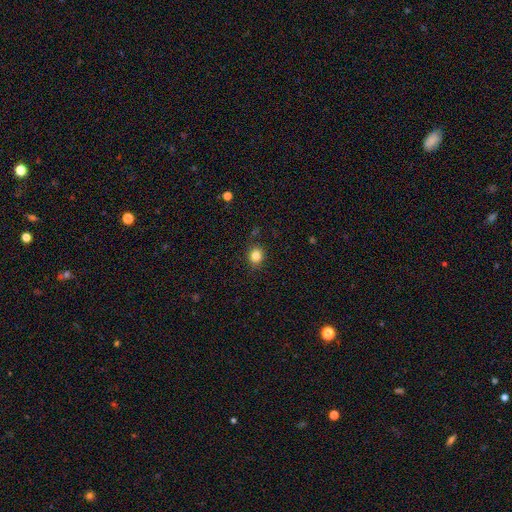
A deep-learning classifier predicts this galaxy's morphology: smooth 84%, star or artifact 11%, featured or disk 5%. Down the decision tree: how rounded — round (67%); merging — none (86%).